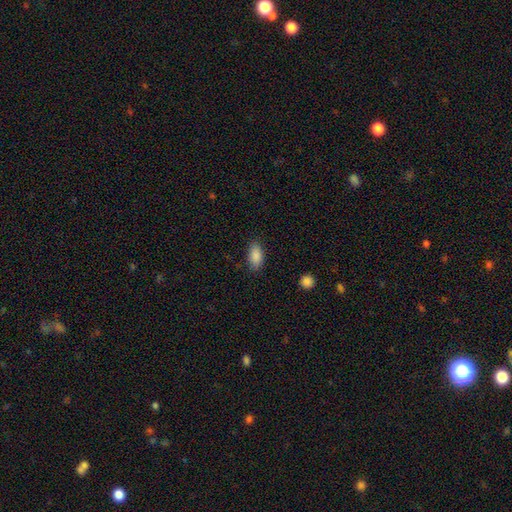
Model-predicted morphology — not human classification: Smooth or featured? smooth (88%)
How rounded? in between (92%)
Merging? none (84%)